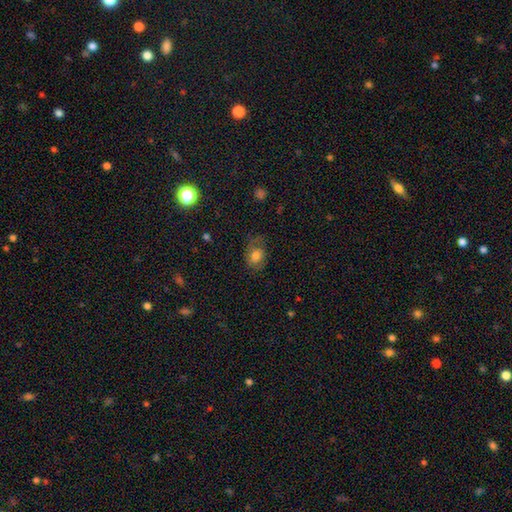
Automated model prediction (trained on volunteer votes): smooth_or_featured: smooth (p=0.71) [alt: featured or disk p=0.18]
how_rounded: in between (p=0.61) [alt: round p=0.38]
merging: none (p=0.56) [alt: minor disturbance p=0.27]